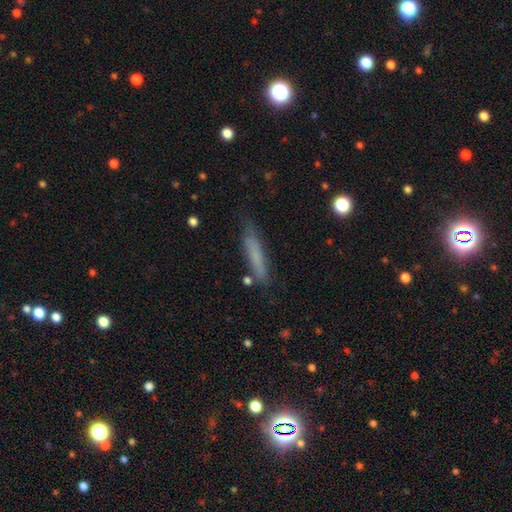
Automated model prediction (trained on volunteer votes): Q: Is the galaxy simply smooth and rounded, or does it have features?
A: smooth — 68%.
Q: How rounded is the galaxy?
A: cigar-shaped — 88%.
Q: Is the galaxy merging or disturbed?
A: none — 74%.